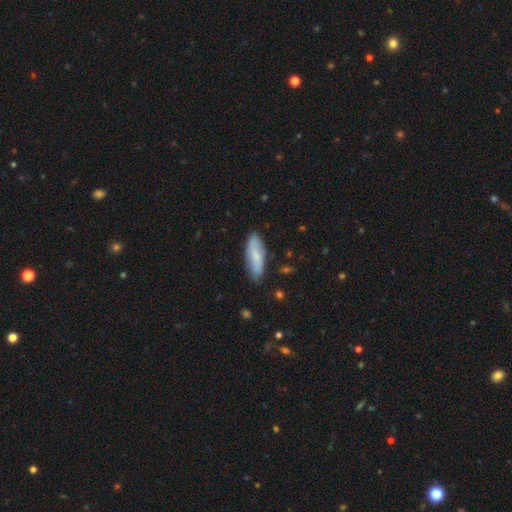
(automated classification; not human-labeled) Smooth or featured?
  - smooth: 71% *
  - featured or disk: 23%
  - star or artifact: 6%
How rounded?
  - in between: 59% *
  - cigar-shaped: 39%
  - round: 2%
Merging?
  - none: 81% *
  - minor disturbance: 15%
  - major disturbance: 3%
  - merger: 1%